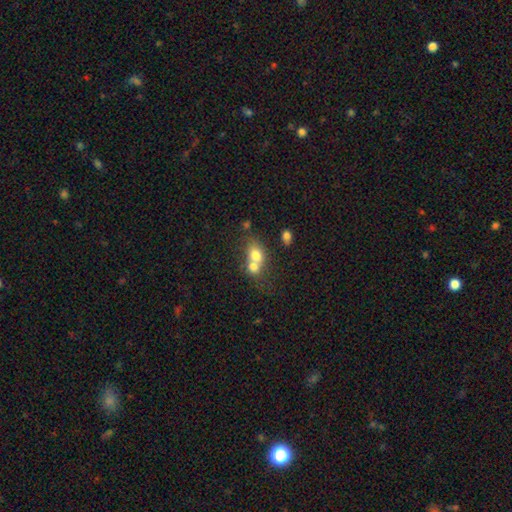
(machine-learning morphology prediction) type=smooth (72%); roundness=in between (53%); merging=merger (67%).